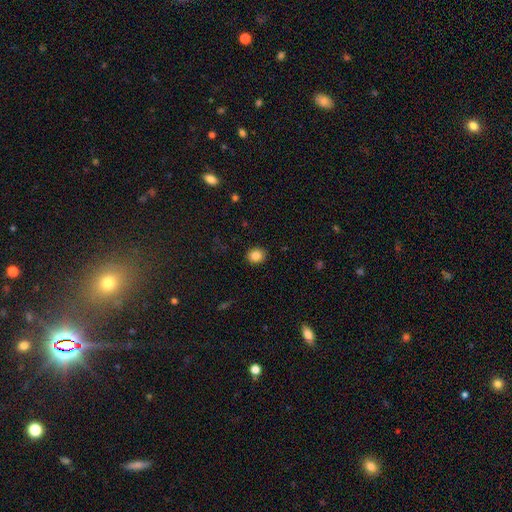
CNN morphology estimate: Overall: smooth (85%). How rounded: round (73%). Merging: none (90%).